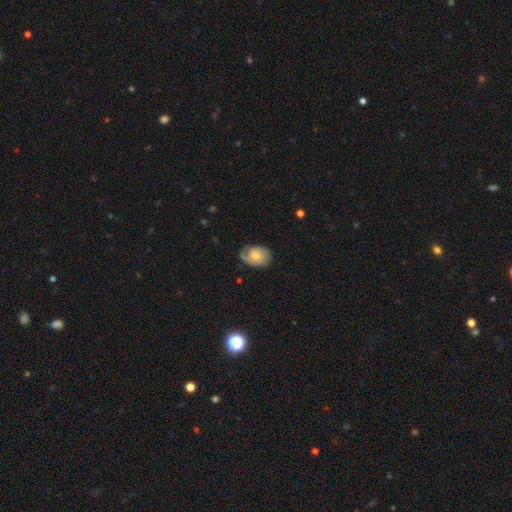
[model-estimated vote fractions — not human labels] Smooth or featured? Predicted: featured or disk (p=0.60). Edge-on disk? Predicted: no (p=0.96). Bar? Predicted: no (p=0.73). Spiral arms? Predicted: yes (p=0.88). Spiral winding? Predicted: tight (p=0.55). Spiral arm count? Predicted: 2 (p=0.39). Bulge size? Predicted: small (p=0.50). Merging? Predicted: none (p=0.63).